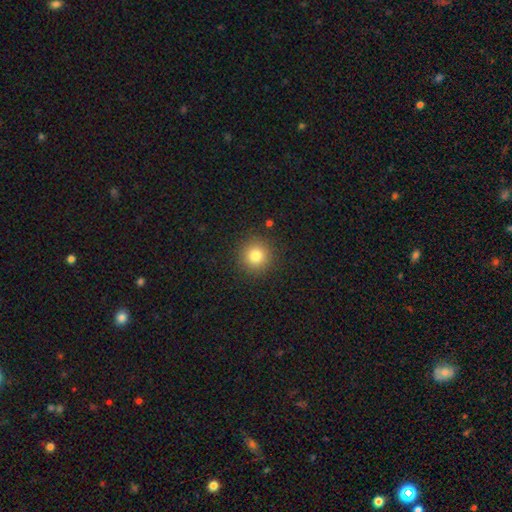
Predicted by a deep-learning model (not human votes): smooth 81%, star or artifact 12%, featured or disk 7%. Down the decision tree: how rounded — round (94%); merging — none (90%).